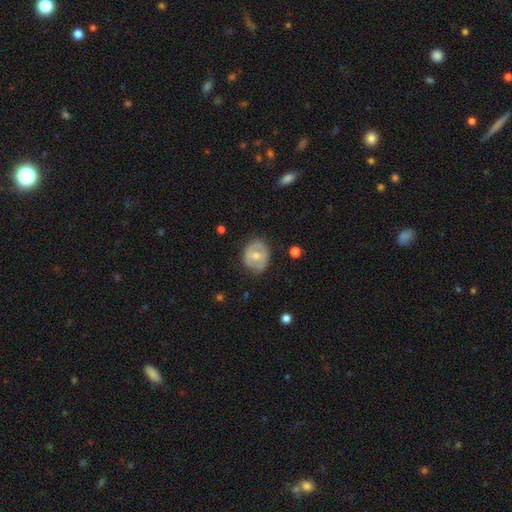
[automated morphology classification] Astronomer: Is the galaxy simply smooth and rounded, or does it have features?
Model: featured or disk — 48% (runner-up: smooth, 46%).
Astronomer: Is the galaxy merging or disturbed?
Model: none — 77%.